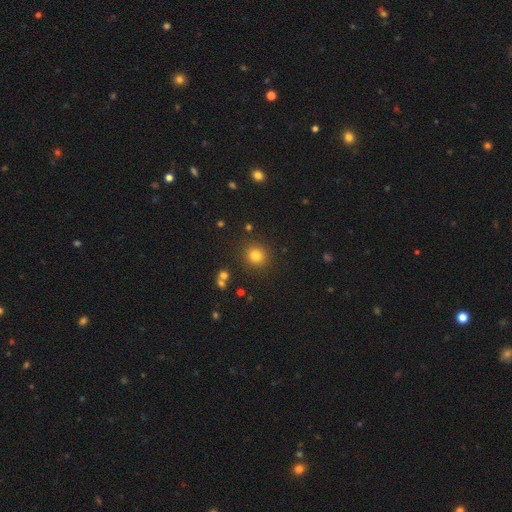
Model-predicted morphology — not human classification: This appears to be a smooth galaxy with no disk features (79%) that is round (91%). Merging: none (89%).